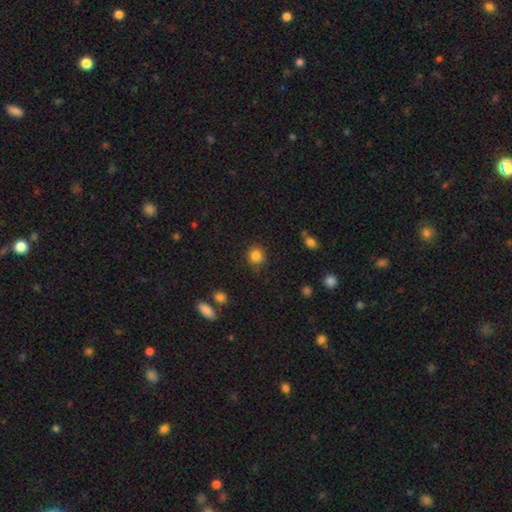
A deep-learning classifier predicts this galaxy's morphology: smooth_or_featured: smooth (p=0.85) [alt: star or artifact p=0.11]
how_rounded: round (p=0.87) [alt: in between p=0.12]
merging: none (p=0.86) [alt: minor disturbance p=0.10]